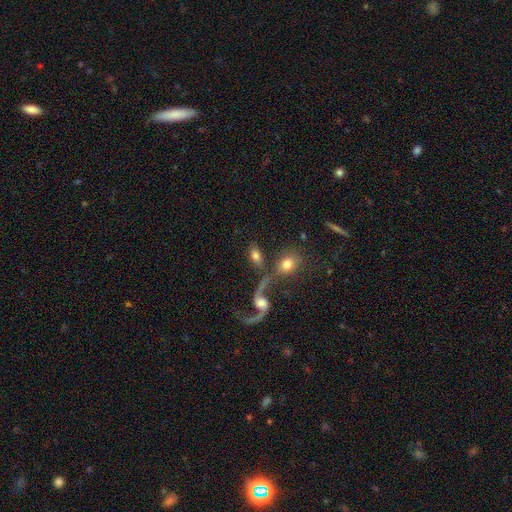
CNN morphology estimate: Smooth or featured: smooth — 63% (featured or disk — 29%)
How rounded: in between — 83% (round — 12%)
Merging: none — 54% (merger — 25%)